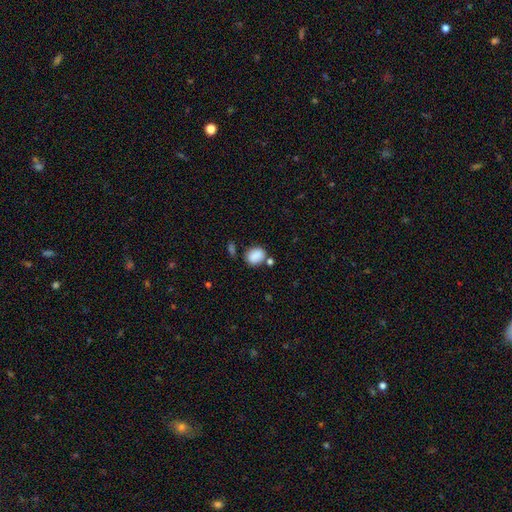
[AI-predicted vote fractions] Smooth or featured? smooth (86%)
How rounded? in between (59%)
Merging? none (64%)